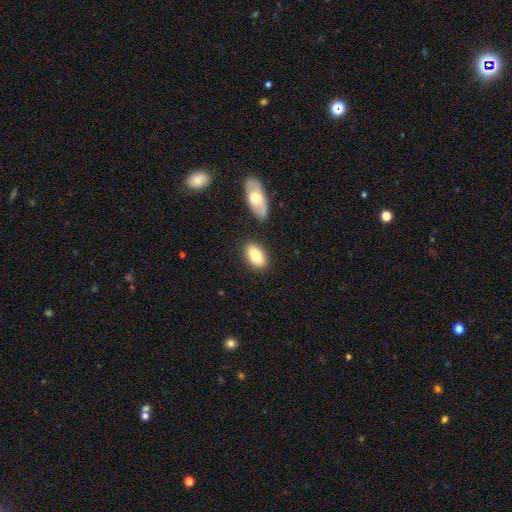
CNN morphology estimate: Overall: smooth (81%). How rounded: in between (92%). Merging: none (78%).